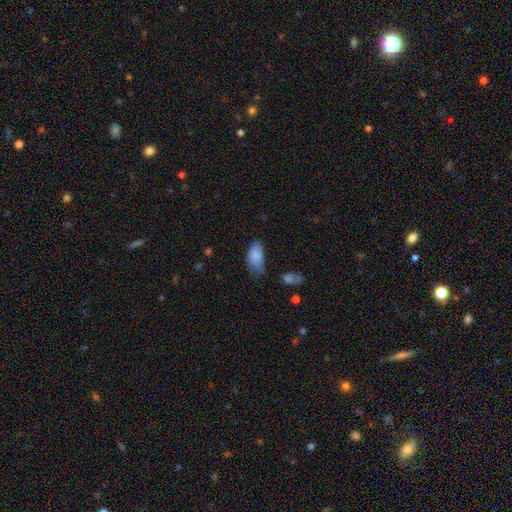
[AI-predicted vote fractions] Smooth or featured?
  - smooth: 84% *
  - featured or disk: 9%
  - star or artifact: 7%
How rounded?
  - in between: 94% *
  - round: 4%
  - cigar-shaped: 3%
Merging?
  - none: 48% *
  - minor disturbance: 37%
  - major disturbance: 10%
  - merger: 4%